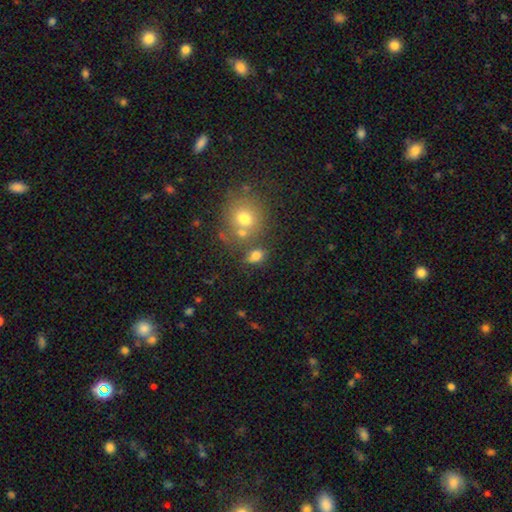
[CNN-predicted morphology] smooth_or_featured: smooth (p=0.75) [alt: star or artifact p=0.14]
how_rounded: in between (p=0.68) [alt: round p=0.30]
merging: none (p=0.59) [alt: merger p=0.19]